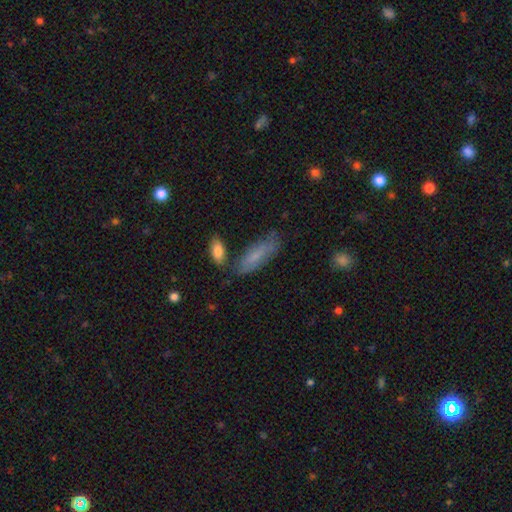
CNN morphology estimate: Q: Smooth or featured?
A: smooth (69%); runner-up: featured or disk (24%)
Q: How rounded?
A: in between (51%); runner-up: cigar-shaped (47%)
Q: Merging?
A: none (67%); runner-up: minor disturbance (20%)